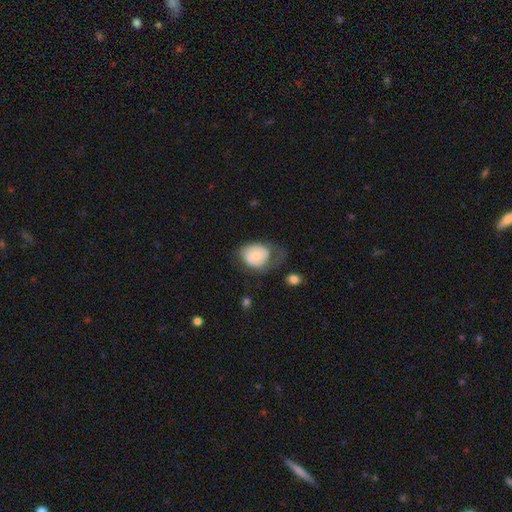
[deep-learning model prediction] Smooth or featured?
  - smooth: 60% *
  - featured or disk: 33%
  - star or artifact: 7%
How rounded?
  - in between: 54% *
  - round: 45%
  - cigar-shaped: 1%
Merging?
  - major disturbance: 35% *
  - none: 32%
  - minor disturbance: 30%
  - merger: 3%